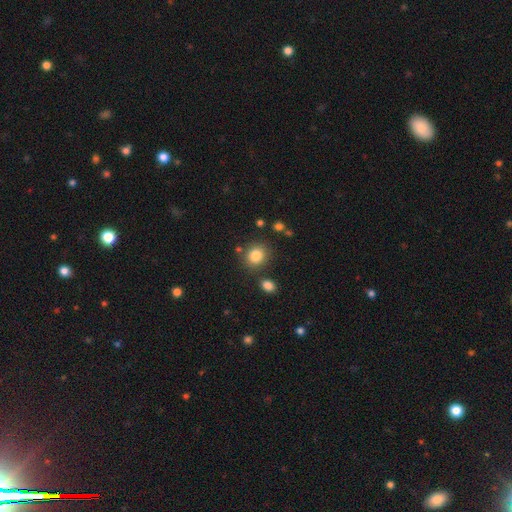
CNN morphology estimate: Smooth or featured? Predicted: smooth (p=0.83). How rounded? Predicted: round (p=0.75). Merging? Predicted: none (p=0.80).